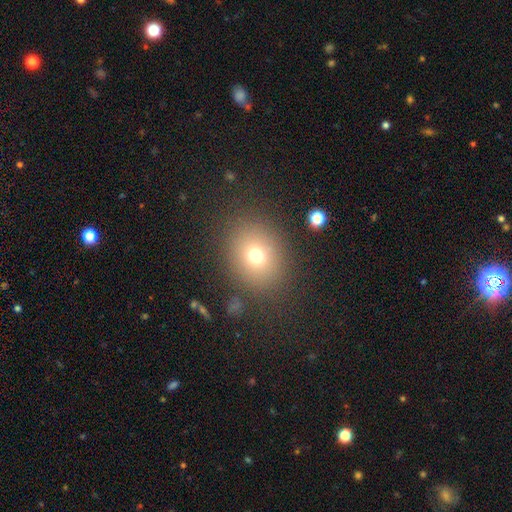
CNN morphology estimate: A smooth galaxy with no disk features (72%) that is round (63%).

Vote fractions:
- Smooth or featured? smooth: 72% / star or artifact: 16% / featured or disk: 12%
- How rounded? round: 63% / in between: 36% / cigar-shaped: 1%
- Merging? none: 83% / minor disturbance: 9% / major disturbance: 5% / merger: 2%